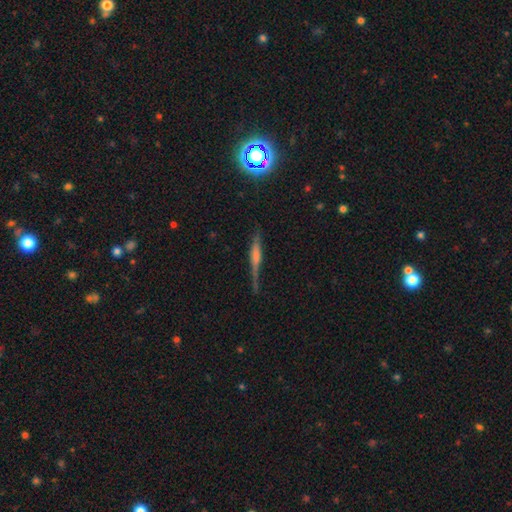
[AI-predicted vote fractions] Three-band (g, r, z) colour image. It shows a featured or disk galaxy (61%) viewed edge-on (93%) with a rounded central bulge (71%). Merging: none (80%).